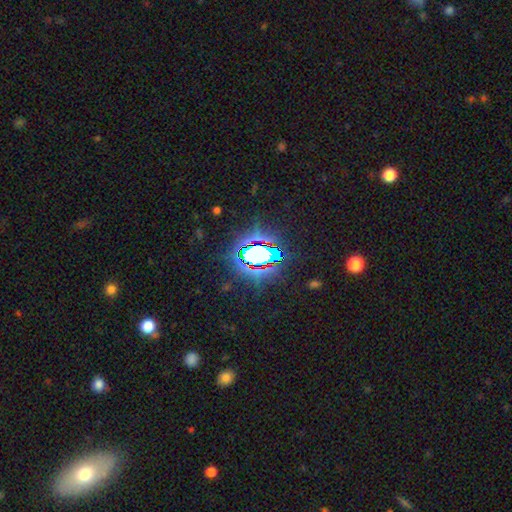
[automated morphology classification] smooth_or_featured: star or artifact (p=0.79) [alt: smooth p=0.12]